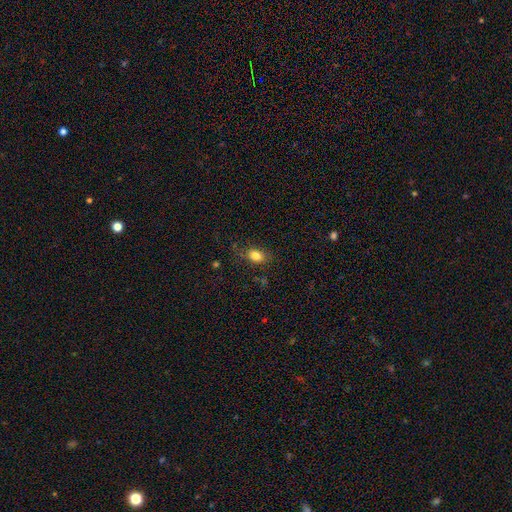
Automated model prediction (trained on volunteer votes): smooth_or_featured: smooth (p=0.83) [alt: star or artifact p=0.10]
how_rounded: in between (p=0.74) [alt: round p=0.24]
merging: none (p=0.76) [alt: minor disturbance p=0.17]